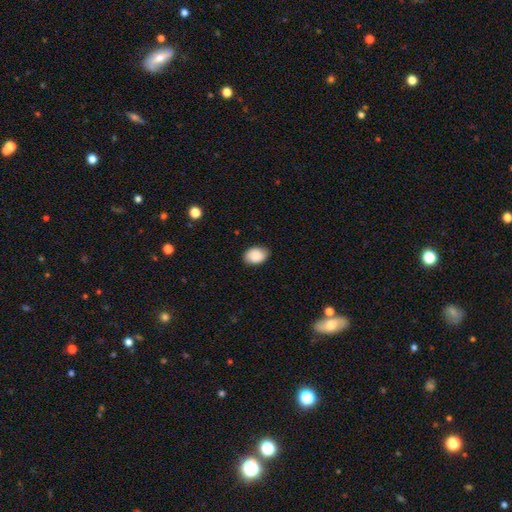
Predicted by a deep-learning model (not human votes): This appears to be a smooth galaxy with no disk features (87%) that is in between round and cigar-shaped (79%). Merging: none (83%).